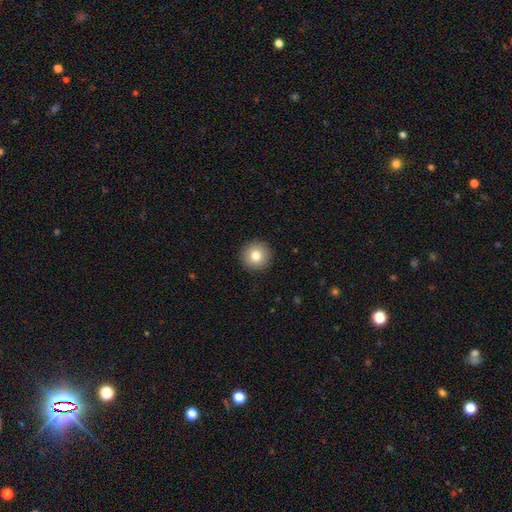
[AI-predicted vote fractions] Q: Smooth or featured?
A: smooth (81%); runner-up: featured or disk (10%)
Q: How rounded?
A: round (96%); runner-up: in between (3%)
Q: Merging?
A: none (93%); runner-up: minor disturbance (5%)